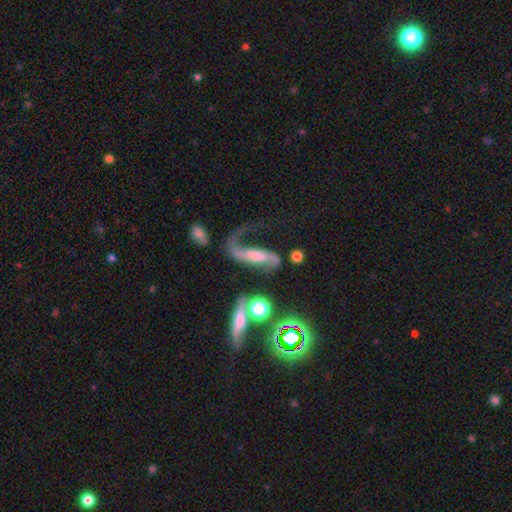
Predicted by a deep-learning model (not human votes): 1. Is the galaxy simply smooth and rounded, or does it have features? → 74% featured or disk, 15% smooth, 11% star or artifact.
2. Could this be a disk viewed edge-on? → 87% no, 13% yes.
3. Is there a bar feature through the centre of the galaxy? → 36% no, 34% strong, 30% weak.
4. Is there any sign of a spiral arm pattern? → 90% yes, 10% no.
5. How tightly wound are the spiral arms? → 78% loose, 17% medium, 5% tight.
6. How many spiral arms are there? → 68% 2, 26% 1, 3% can't tell, 1% 3, 1% 4, 1% more than 4.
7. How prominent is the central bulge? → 31% small, 30% moderate, 25% none, 11% large, 4% dominant.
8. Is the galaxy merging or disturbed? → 36% none, 34% major disturbance, 16% minor disturbance, 13% merger.